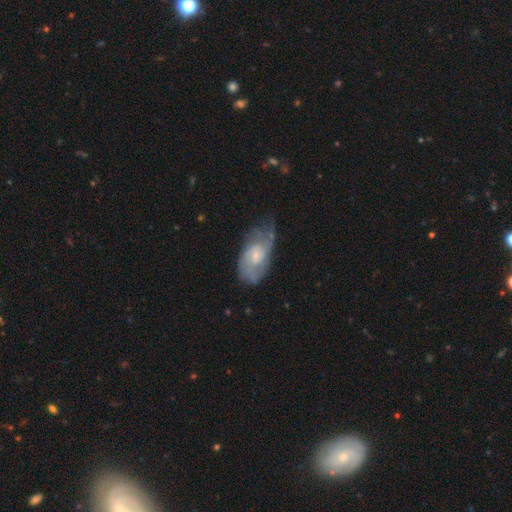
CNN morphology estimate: smooth_or_featured: featured or disk (p=0.66) [alt: smooth p=0.28]
disk_edge_on: no (p=0.95) [alt: yes p=0.05]
bar: no (p=0.63) [alt: weak p=0.33]
has_spiral_arms: yes (p=0.84) [alt: no p=0.16]
spiral_winding: medium (p=0.42) [alt: tight p=0.35]
spiral_arm_count: 2 (p=0.48) [alt: can't tell p=0.33]
bulge_size: small (p=0.61) [alt: moderate p=0.29]
merging: none (p=0.43) [alt: minor disturbance p=0.33]